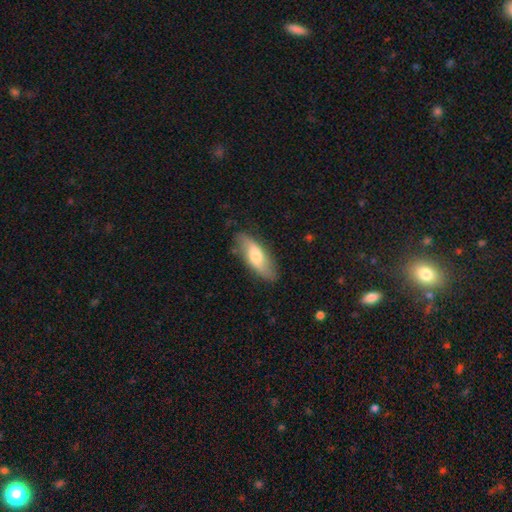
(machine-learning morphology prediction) Smooth or featured? Predicted: smooth (p=0.56). How rounded? Predicted: in between (p=0.62). Merging? Predicted: none (p=0.80).